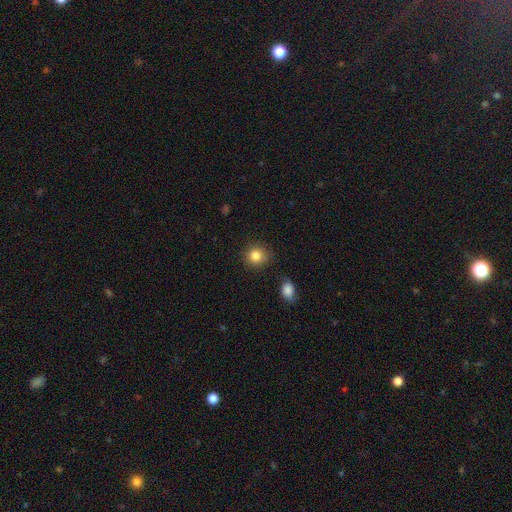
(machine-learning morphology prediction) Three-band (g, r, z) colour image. It shows a smooth galaxy with no disk features (84%) that is round (84%). Merging: none (82%).